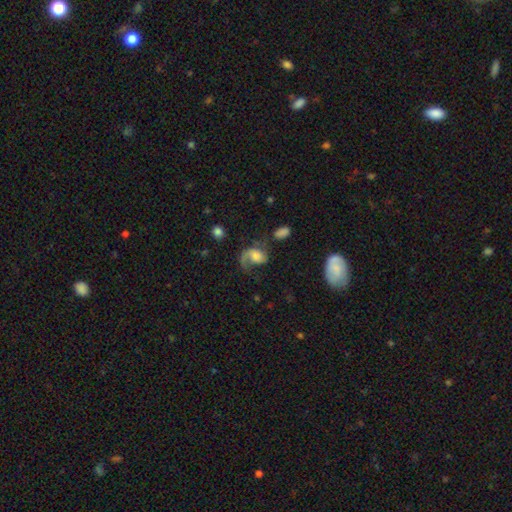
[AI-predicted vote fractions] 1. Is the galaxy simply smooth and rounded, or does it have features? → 71% featured or disk, 21% smooth, 8% star or artifact.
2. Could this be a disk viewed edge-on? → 98% no, 2% yes.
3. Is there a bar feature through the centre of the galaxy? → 63% no, 31% weak, 6% strong.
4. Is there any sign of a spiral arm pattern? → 92% yes, 8% no.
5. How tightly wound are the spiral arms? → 54% loose, 36% medium, 11% tight.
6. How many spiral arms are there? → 53% 1, 42% 2, 3% can't tell, 1% 3, 1% 4, 1% more than 4.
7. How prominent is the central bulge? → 44% moderate, 23% small, 21% large, 9% none, 4% dominant.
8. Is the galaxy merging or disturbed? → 38% none, 37% major disturbance, 19% minor disturbance, 6% merger.